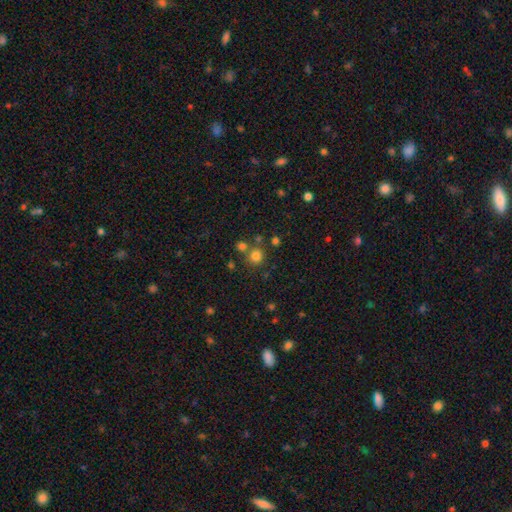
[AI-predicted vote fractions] This is likely a smooth galaxy (77%). How rounded: clearly round (91%). Merging: likely none (73%).